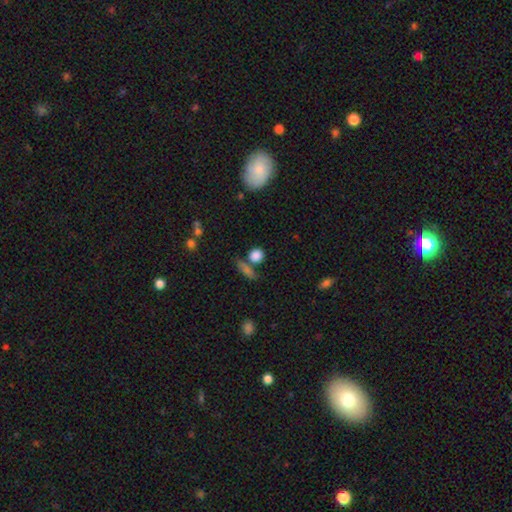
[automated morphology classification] This appears to be a smooth galaxy with no disk features (83%) that is round (82%). Merging: none (65%).